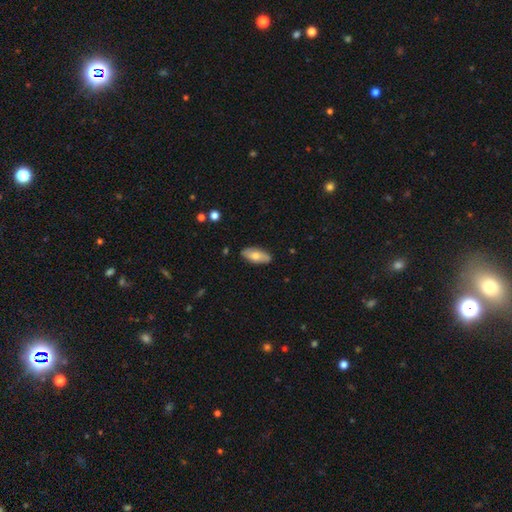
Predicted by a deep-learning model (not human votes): Smooth or featured: smooth — 64% (featured or disk — 30%)
How rounded: in between — 85% (cigar-shaped — 12%)
Merging: none — 86% (minor disturbance — 11%)